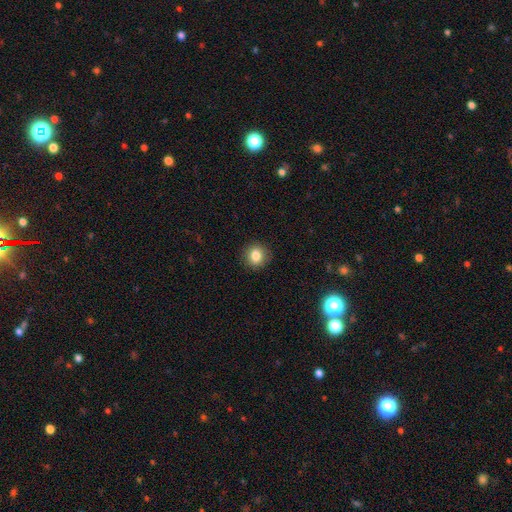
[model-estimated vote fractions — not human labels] smooth 83%, star or artifact 10%, featured or disk 7%. Down the decision tree: how rounded — round (84%); merging — none (90%).